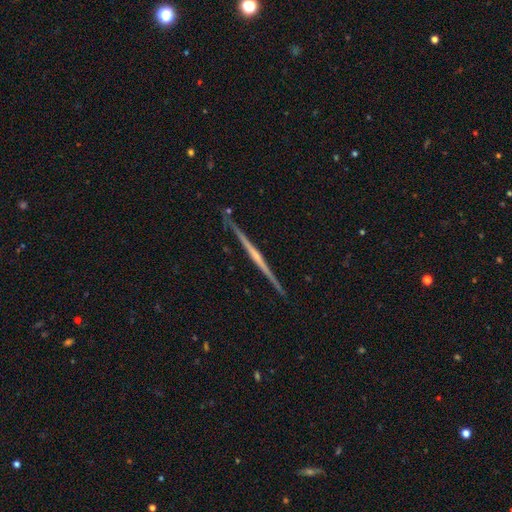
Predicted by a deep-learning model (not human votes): A featured or disk galaxy (82%) viewed edge-on (99%) with no central bulge (49%). Merging: none (91%).